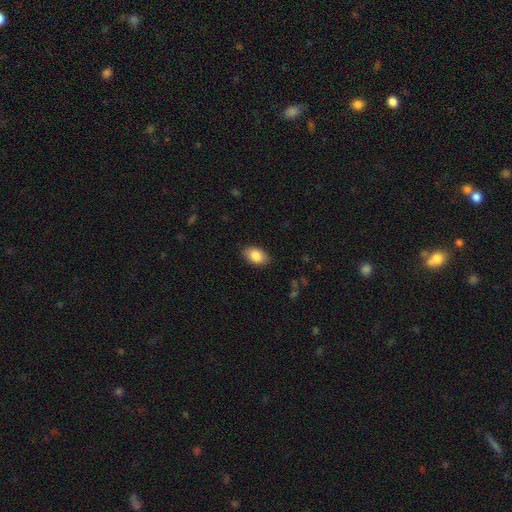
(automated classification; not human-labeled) This appears to be a smooth galaxy with no disk features (86%) that is in between round and cigar-shaped (91%). Merging: none (87%).